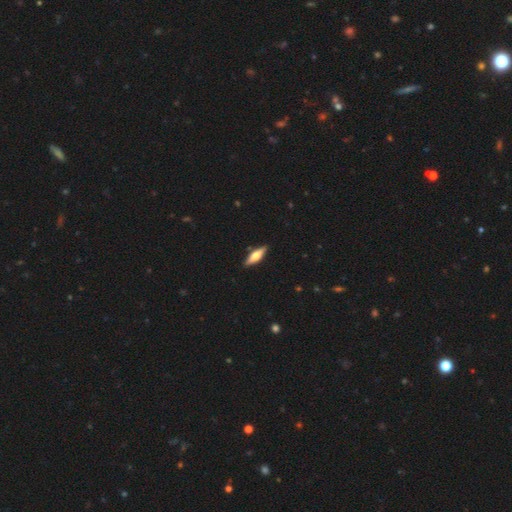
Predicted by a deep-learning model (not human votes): This appears to be a featured or disk galaxy (50%). Merging: none (89%).